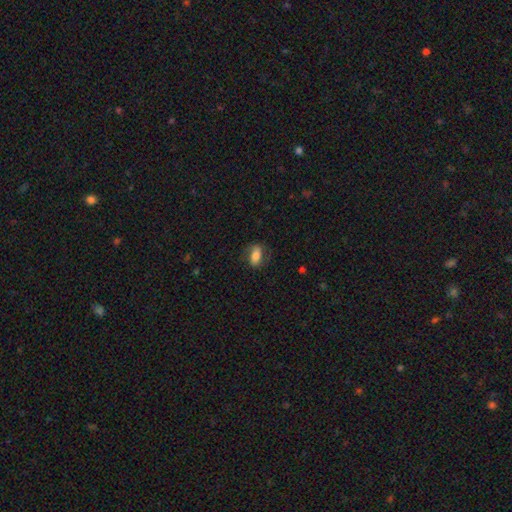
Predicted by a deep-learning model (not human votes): A smooth galaxy with no disk features (62%) that is in between round and cigar-shaped (84%).

Vote fractions:
- Smooth or featured? smooth: 62% / featured or disk: 30% / star or artifact: 8%
- How rounded? in between: 84% / round: 9% / cigar-shaped: 7%
- Merging? none: 70% / minor disturbance: 19% / major disturbance: 10% / merger: 1%